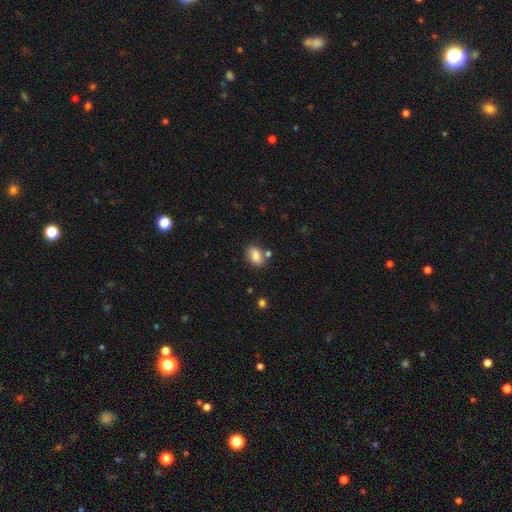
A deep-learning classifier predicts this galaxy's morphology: The model was most divided on "merging": none: 69%, minor disturbance: 14%, merger: 13%, major disturbance: 4%. More confident: smooth or featured — smooth (84%); how rounded — in between (84%).